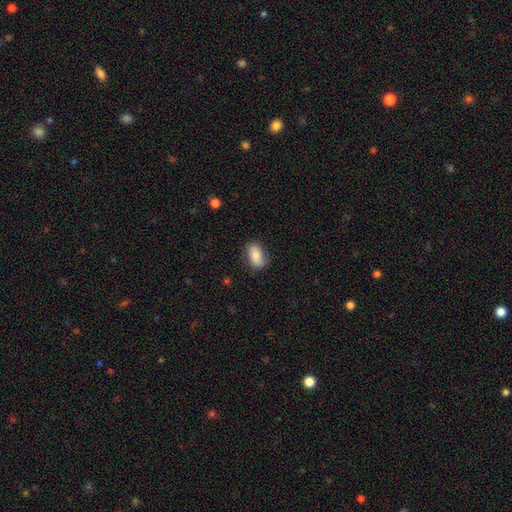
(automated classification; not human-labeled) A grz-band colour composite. It shows a smooth galaxy with no disk features (74%) that is in between round and cigar-shaped (89%). Merging: none (79%).